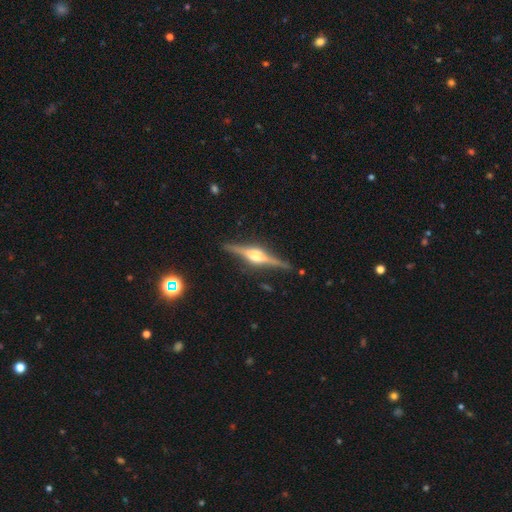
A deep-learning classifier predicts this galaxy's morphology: featured or disk 85%, smooth 9%, star or artifact 6%. Down the decision tree: edge-on disk — yes (98%); edge-on bulge — rounded (89%); merging — none (88%).